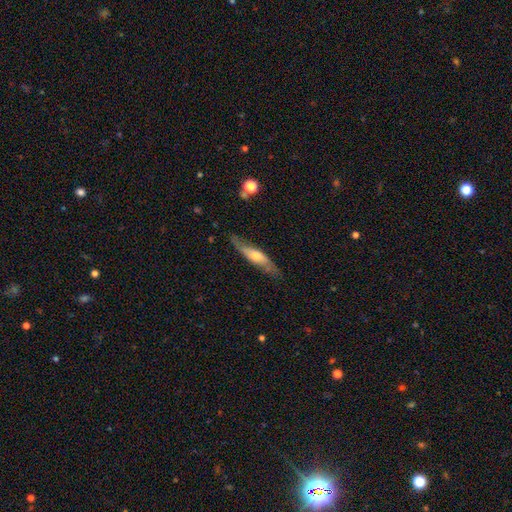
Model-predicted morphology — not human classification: This is possibly a featured or disk galaxy (55%). It is likely viewed edge-on (61%). Merging: likely none (76%).